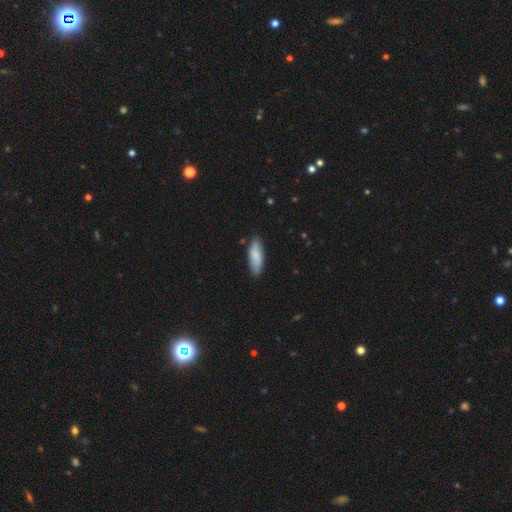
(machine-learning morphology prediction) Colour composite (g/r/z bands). It shows a smooth galaxy with no disk features (80%) that is in between round and cigar-shaped (60%). Merging: none (81%).